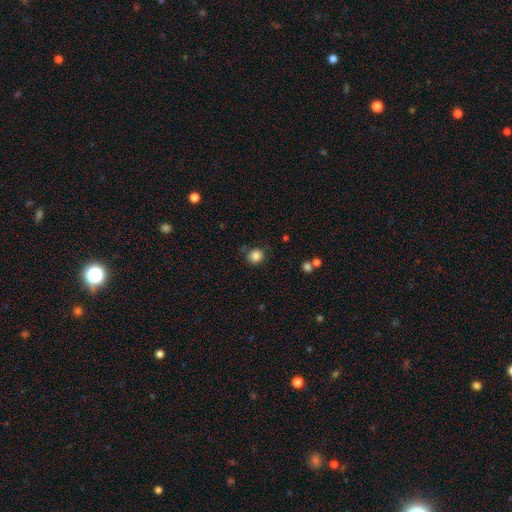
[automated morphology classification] The model was most divided on "merging": none: 79%, minor disturbance: 14%, major disturbance: 4%, merger: 3%. More confident: how rounded — round (89%); smooth or featured — smooth (86%).